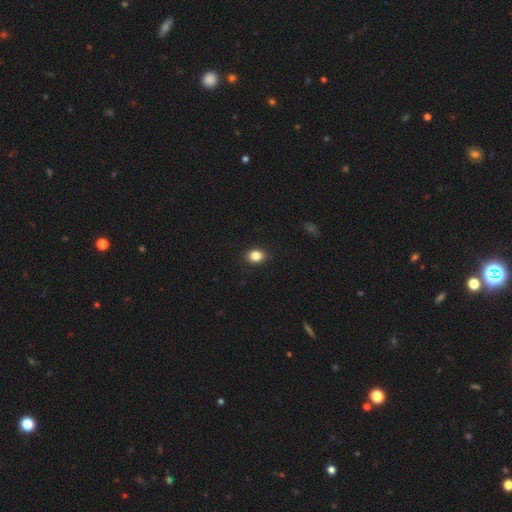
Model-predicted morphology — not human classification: A smooth galaxy with no disk features (85%) that is round (51%).

Vote fractions:
- Smooth or featured? smooth: 85% / star or artifact: 10% / featured or disk: 5%
- How rounded? round: 51% / in between: 48% / cigar-shaped: 1%
- Merging? none: 91% / minor disturbance: 6% / major disturbance: 2% / merger: 1%